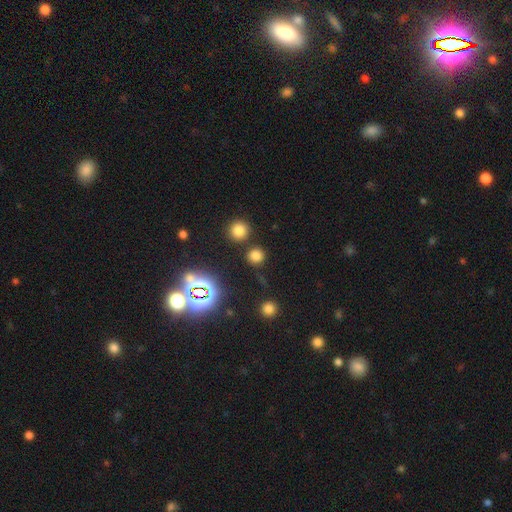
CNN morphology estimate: A smooth galaxy with no disk features (70%) that is round (90%).

Vote fractions:
- Smooth or featured? smooth: 70% / star or artifact: 24% / featured or disk: 5%
- How rounded? round: 90% / in between: 9% / cigar-shaped: 1%
- Merging? none: 82% / minor disturbance: 8% / merger: 6% / major disturbance: 3%